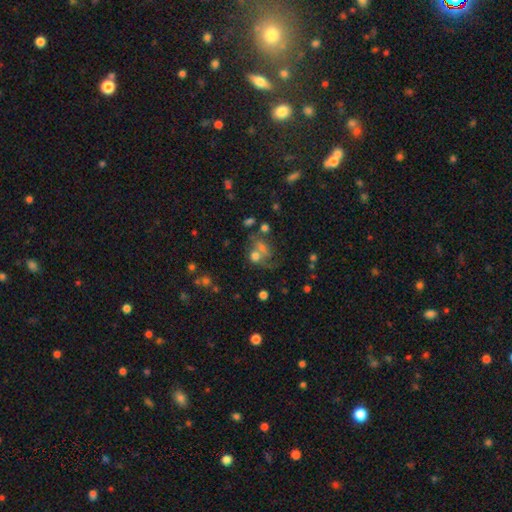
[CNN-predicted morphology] This is possibly a smooth galaxy (56%). How rounded: likely round (62%). Merging: marginally merger (42%).